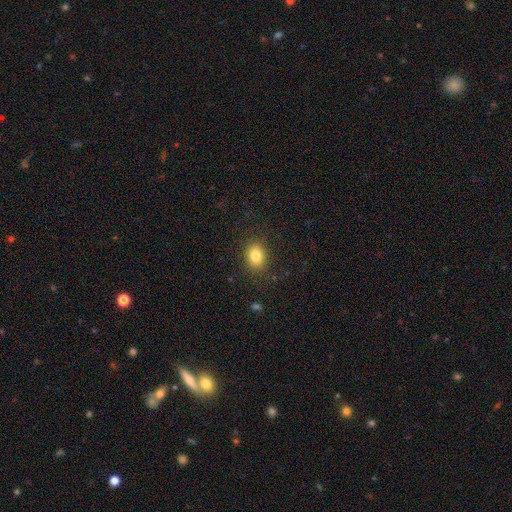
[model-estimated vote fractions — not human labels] Smooth or featured: smooth — 82% (star or artifact — 11%)
How rounded: in between — 50% (round — 49%)
Merging: none — 87% (minor disturbance — 9%)